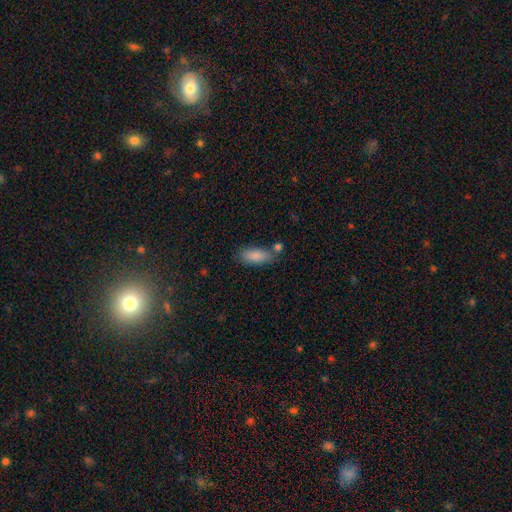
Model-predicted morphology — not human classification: Smooth or featured? Predicted: smooth (p=0.85). How rounded? Predicted: in between (p=0.79). Merging? Predicted: none (p=0.63).